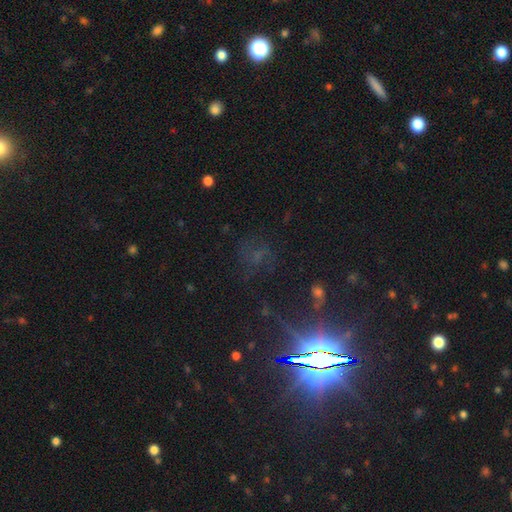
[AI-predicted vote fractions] This appears to be a star or artifact, not a galaxy (70%).